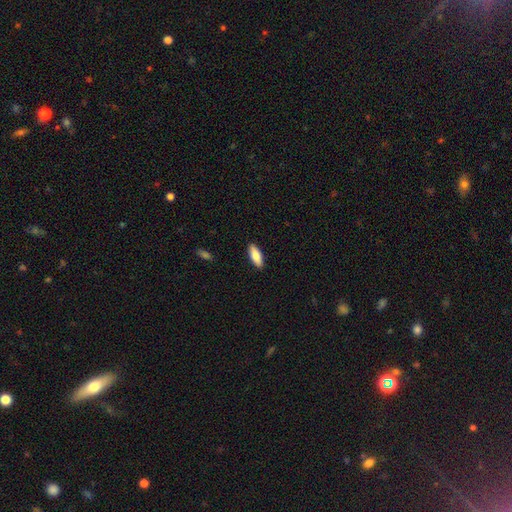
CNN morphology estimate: smooth 83%, featured or disk 12%, star or artifact 6%. Down the decision tree: how rounded — in between (69%); merging — none (90%).